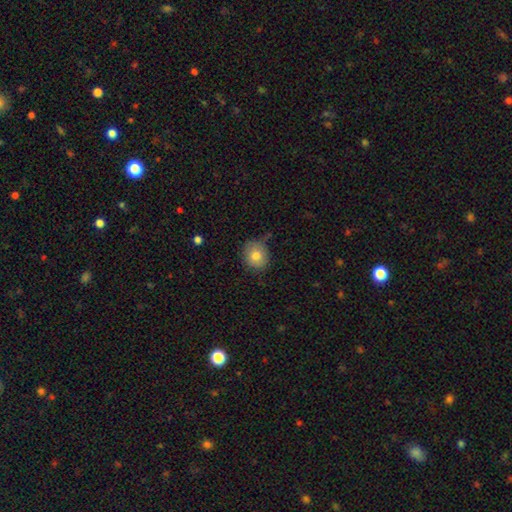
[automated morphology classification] Smooth or featured? smooth (80%)
How rounded? round (77%)
Merging? none (70%)